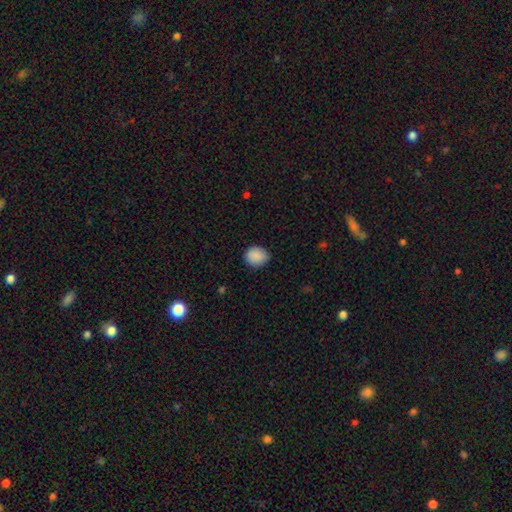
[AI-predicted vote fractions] The model was most divided on "how rounded": round: 75%, in between: 25%, cigar-shaped: 1%. More confident: smooth or featured — smooth (89%); merging — none (86%).